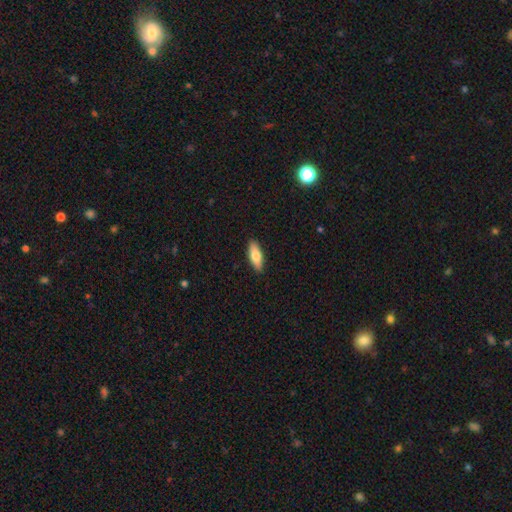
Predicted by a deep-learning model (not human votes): smooth 77%, featured or disk 17%, star or artifact 6%. Down the decision tree: how rounded — in between (71%); merging — none (90%).